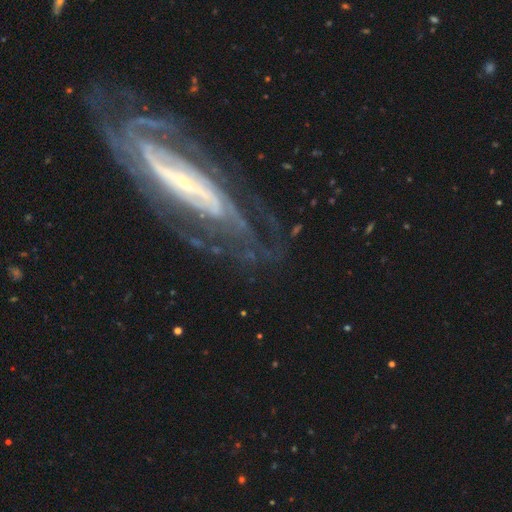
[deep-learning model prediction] Smooth or featured?
  - featured or disk: 87% *
  - star or artifact: 7%
  - smooth: 5%
Edge-on disk?
  - no: 85% *
  - yes: 15%
Bar?
  - strong: 49% *
  - no: 26%
  - weak: 25%
Spiral arms?
  - yes: 95% *
  - no: 5%
Spiral winding?
  - tight: 55% *
  - medium: 34%
  - loose: 11%
Spiral arm count?
  - 2: 31% *
  - can't tell: 28%
  - 3: 13%
  - 4: 11%
  - more than 4: 10%
  - 1: 8%
Bulge size?
  - small: 81% *
  - moderate: 11%
  - none: 3%
  - large: 3%
  - dominant: 2%
Merging?
  - none: 71% *
  - minor disturbance: 15%
  - major disturbance: 11%
  - merger: 3%